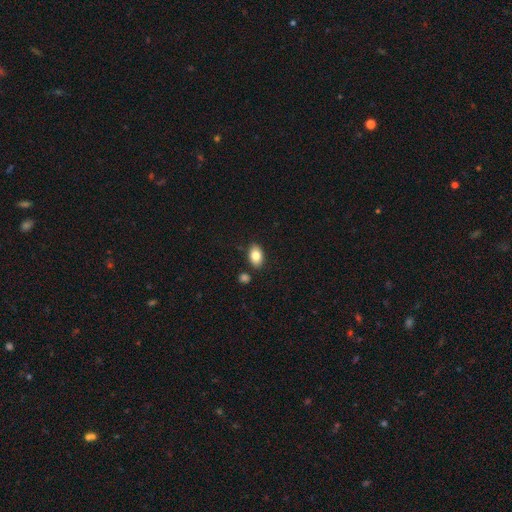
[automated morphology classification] Smooth or featured? smooth (83%)
How rounded? in between (89%)
Merging? none (83%)